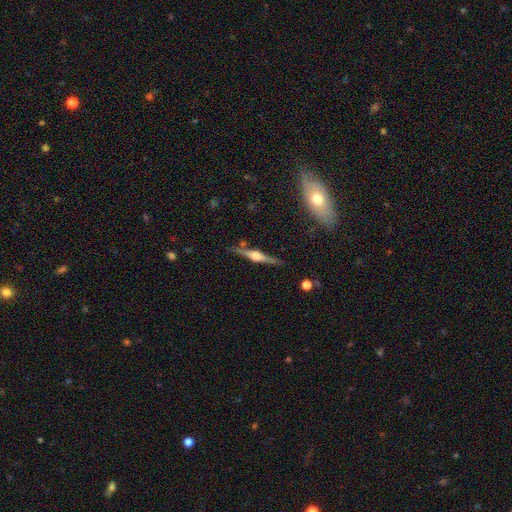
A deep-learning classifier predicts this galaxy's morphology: Smooth or featured?
  - featured or disk: 80% *
  - smooth: 14%
  - star or artifact: 6%
Edge-on disk?
  - yes: 98% *
  - no: 2%
Edge-on bulge?
  - rounded: 83% *
  - boxy: 14%
  - none: 3%
Merging?
  - none: 86% *
  - minor disturbance: 9%
  - merger: 3%
  - major disturbance: 2%